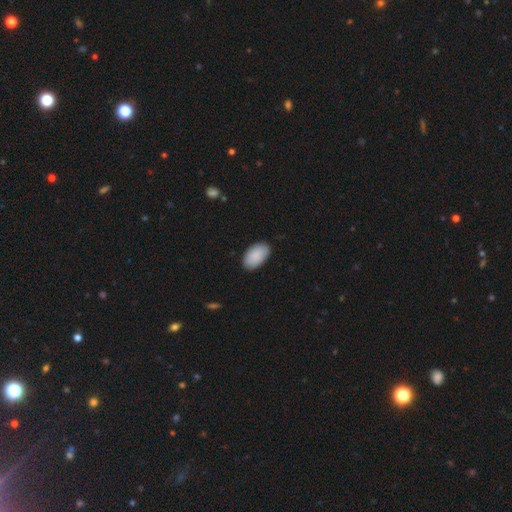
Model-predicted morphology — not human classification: smooth_or_featured: smooth (p=0.90) [alt: star or artifact p=0.06]
how_rounded: in between (p=0.95) [alt: round p=0.04]
merging: none (p=0.86) [alt: minor disturbance p=0.11]